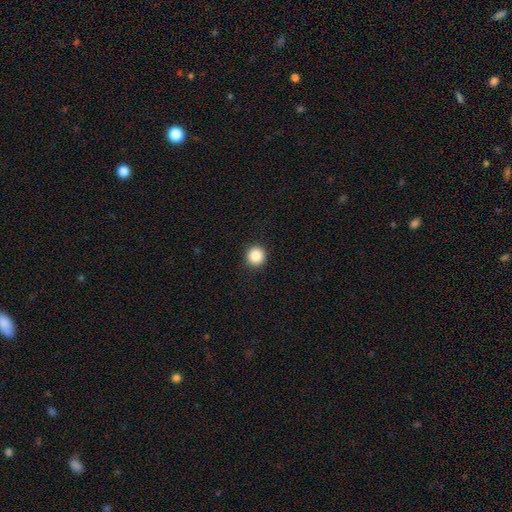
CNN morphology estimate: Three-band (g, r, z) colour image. It shows a smooth galaxy with no disk features (86%) that is round (94%). Merging: none (93%).